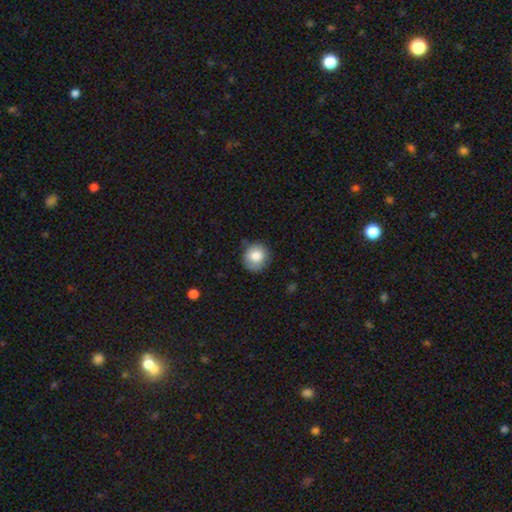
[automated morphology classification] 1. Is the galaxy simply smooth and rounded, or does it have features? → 82% smooth, 10% featured or disk, 8% star or artifact.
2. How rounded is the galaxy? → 88% round, 11% in between, 1% cigar-shaped.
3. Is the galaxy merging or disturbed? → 77% none, 18% minor disturbance, 4% major disturbance, 2% merger.